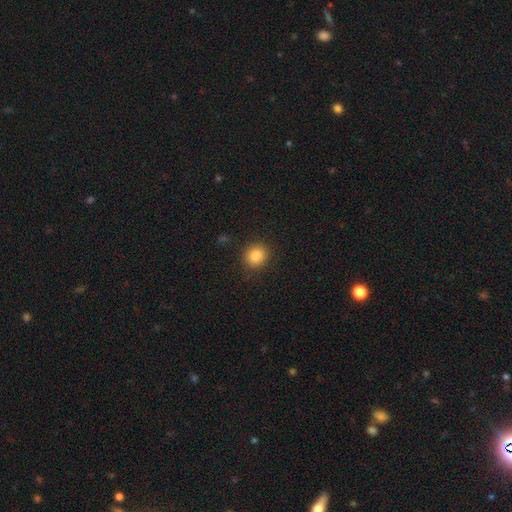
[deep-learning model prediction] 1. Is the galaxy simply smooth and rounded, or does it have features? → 85% smooth, 10% star or artifact, 5% featured or disk.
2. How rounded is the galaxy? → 79% round, 20% in between, 1% cigar-shaped.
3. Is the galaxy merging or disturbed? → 89% none, 8% minor disturbance, 2% major disturbance, 1% merger.